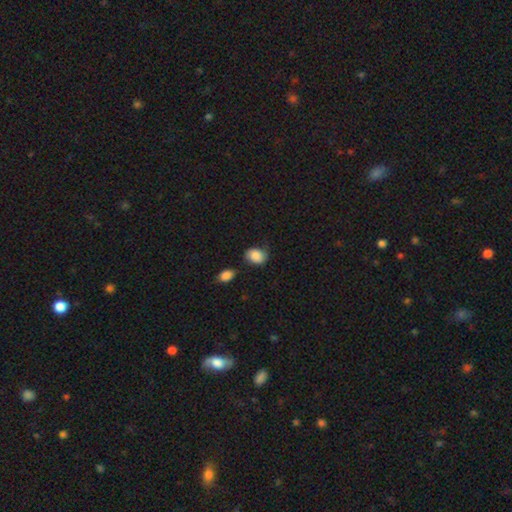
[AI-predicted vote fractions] This is clearly a smooth galaxy (82%). How rounded: likely in between (63%). Merging: possibly none (53%).